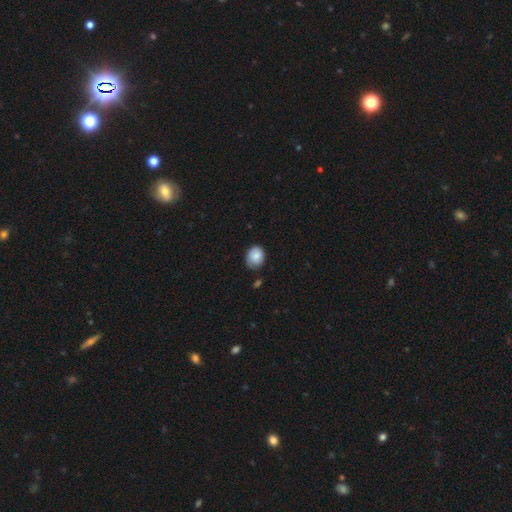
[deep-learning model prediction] Q: Smooth or featured?
A: smooth (83%); runner-up: featured or disk (10%)
Q: How rounded?
A: in between (53%); runner-up: round (46%)
Q: Merging?
A: none (68%); runner-up: minor disturbance (25%)